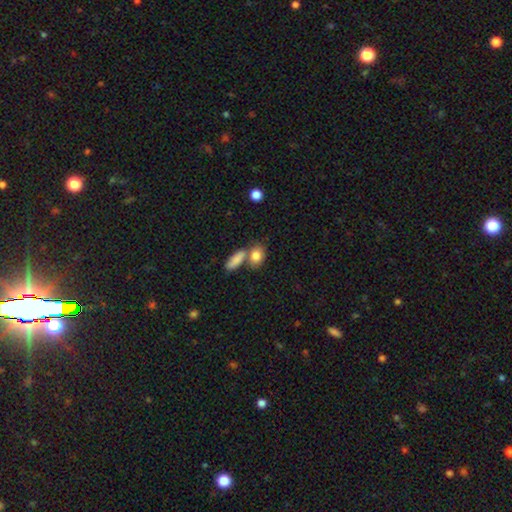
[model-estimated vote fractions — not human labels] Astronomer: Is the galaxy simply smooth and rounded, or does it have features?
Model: smooth — 84%.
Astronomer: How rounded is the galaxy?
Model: in between — 66%.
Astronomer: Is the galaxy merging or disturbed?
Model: none — 50% (runner-up: merger, 34%).